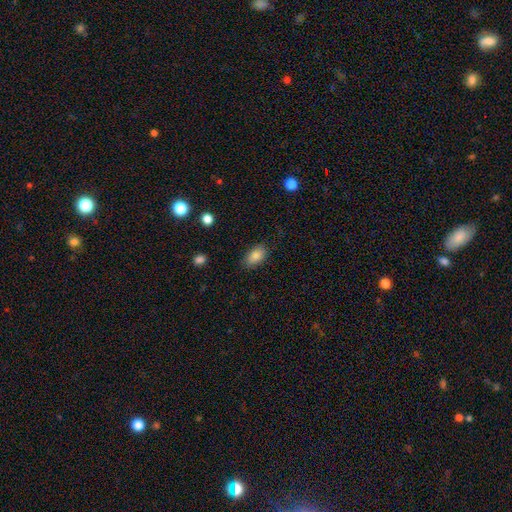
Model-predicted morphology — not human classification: Smooth or featured: smooth — 86% (star or artifact — 8%)
How rounded: in between — 91% (round — 6%)
Merging: none — 83% (minor disturbance — 13%)